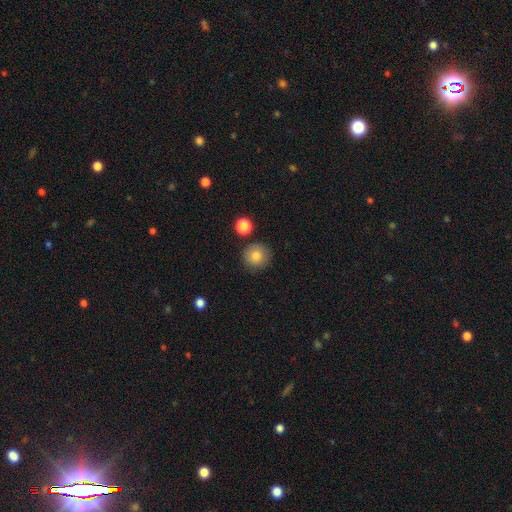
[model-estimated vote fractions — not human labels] Overall: smooth (82%). How rounded: round (91%). Merging: none (84%).